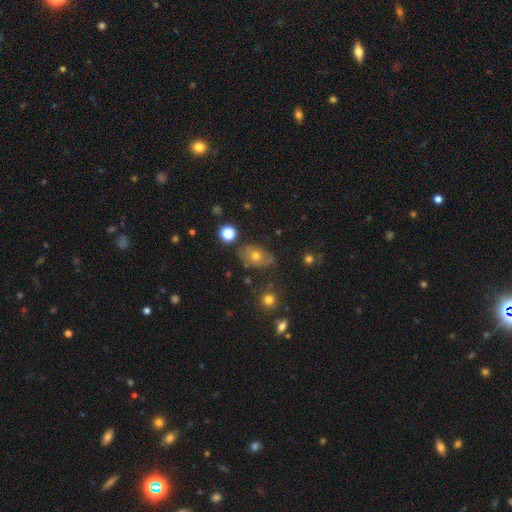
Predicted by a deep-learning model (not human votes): This appears to be a smooth galaxy with no disk features (51%) that is in between round and cigar-shaped (73%). Merging: none (67%).